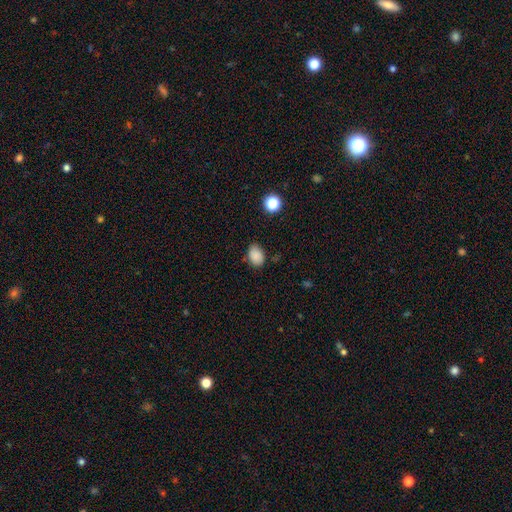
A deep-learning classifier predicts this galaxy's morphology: type=smooth (86%); roundness=in between (75%); merging=none (77%).